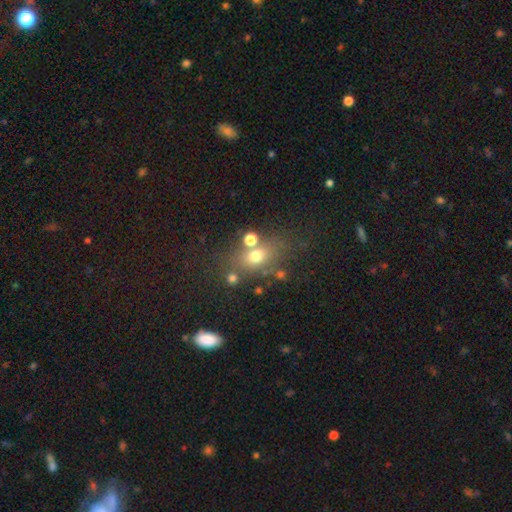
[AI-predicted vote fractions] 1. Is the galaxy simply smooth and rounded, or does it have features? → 66% smooth, 17% star or artifact, 16% featured or disk.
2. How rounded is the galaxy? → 59% in between, 38% round, 3% cigar-shaped.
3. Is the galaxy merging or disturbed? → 64% none, 14% minor disturbance, 14% merger, 8% major disturbance.